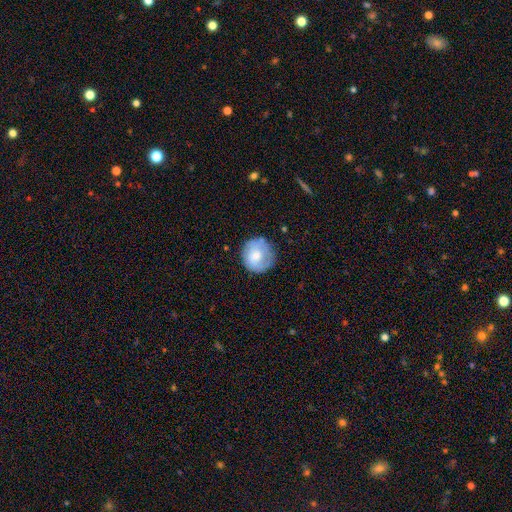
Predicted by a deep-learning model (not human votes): Overall: smooth (66%; featured or disk 27%). How rounded: round (90%). Merging: none (74%).